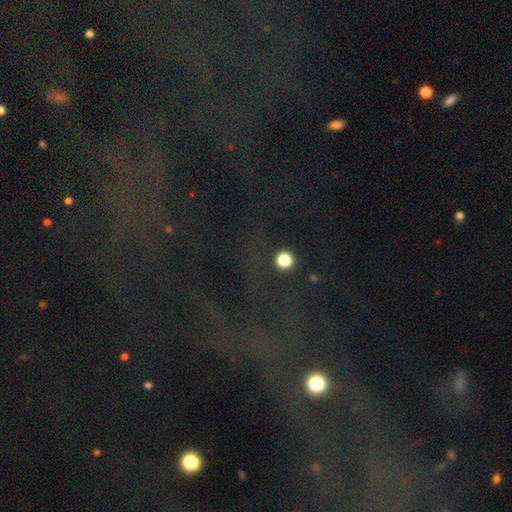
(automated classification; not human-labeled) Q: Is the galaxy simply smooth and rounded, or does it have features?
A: star or artifact — 73%.